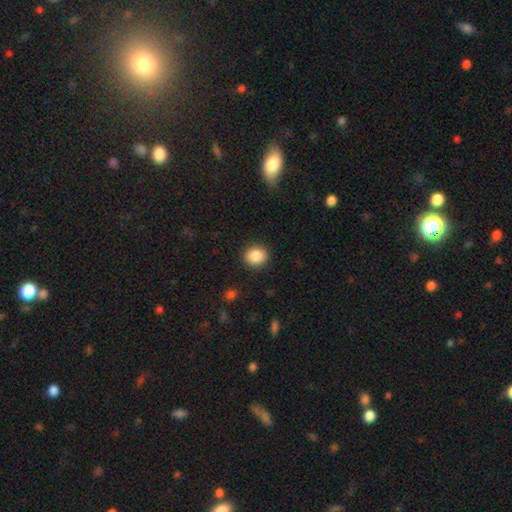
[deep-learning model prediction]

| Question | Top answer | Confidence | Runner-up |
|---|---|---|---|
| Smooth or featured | smooth | 87% | star or artifact (9%) |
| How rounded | round | 76% | in between (23%) |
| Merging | none | 90% | minor disturbance (7%) |